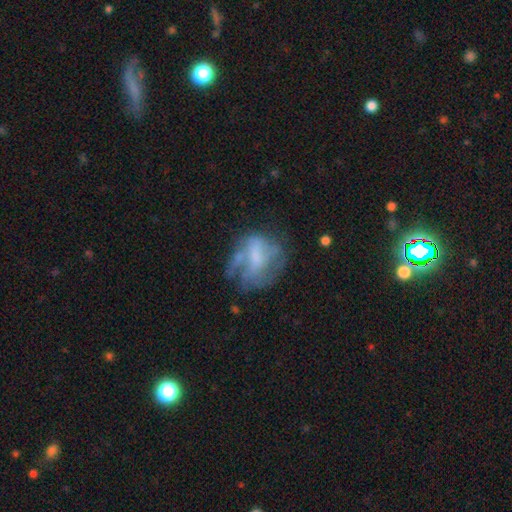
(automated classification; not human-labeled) smooth_or_featured: featured or disk (p=0.52) [alt: smooth p=0.36]
disk_edge_on: no (p=0.96) [alt: yes p=0.04]
bar: no (p=0.59) [alt: weak p=0.30]
has_spiral_arms: no (p=0.65) [alt: yes p=0.35]
bulge_size: none (p=0.41) [alt: moderate p=0.26]
merging: none (p=0.35) [alt: major disturbance p=0.34]